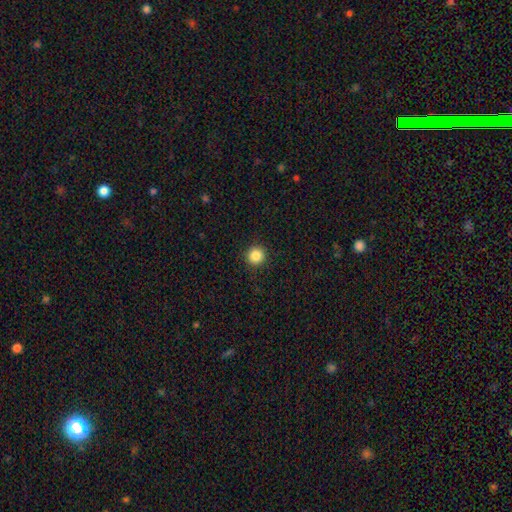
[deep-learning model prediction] The model was most divided on "smooth or featured": smooth: 86%, star or artifact: 10%, featured or disk: 4%. More confident: how rounded — round (95%); merging — none (93%).